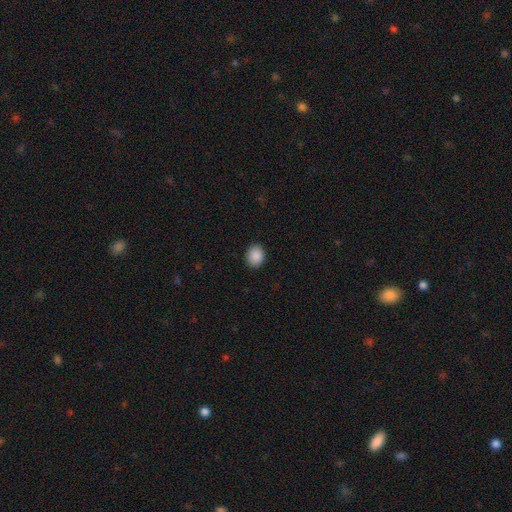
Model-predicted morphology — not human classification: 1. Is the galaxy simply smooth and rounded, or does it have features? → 89% smooth, 8% star or artifact, 3% featured or disk.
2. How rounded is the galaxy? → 56% round, 43% in between, 1% cigar-shaped.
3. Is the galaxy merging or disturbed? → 90% none, 8% minor disturbance, 2% major disturbance, 1% merger.